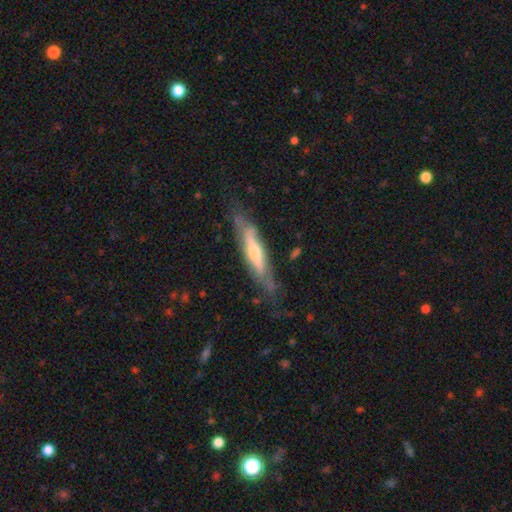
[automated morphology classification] type=featured or disk (63%); edge-on=yes (66%); merging=none (62%).